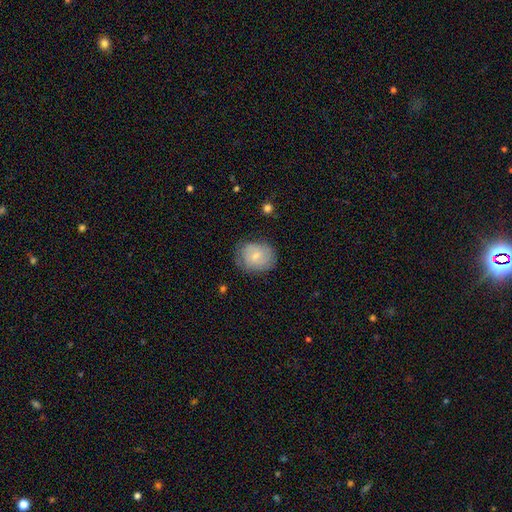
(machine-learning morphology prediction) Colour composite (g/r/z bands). It shows a smooth galaxy with no disk features (51%) that is round (56%). Merging: none (71%).